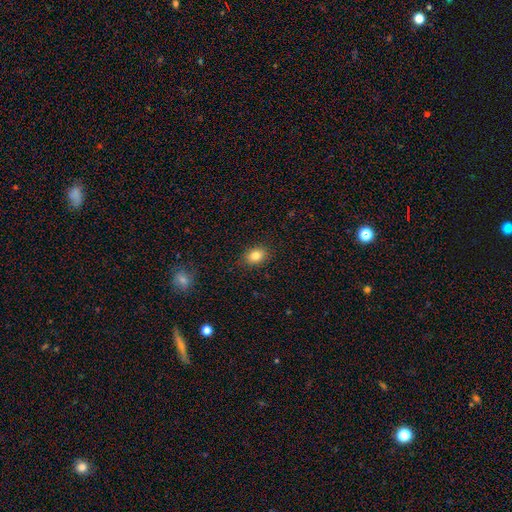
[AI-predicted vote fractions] Q: Smooth or featured?
A: smooth (83%); runner-up: star or artifact (10%)
Q: How rounded?
A: in between (62%); runner-up: round (37%)
Q: Merging?
A: none (88%); runner-up: minor disturbance (9%)